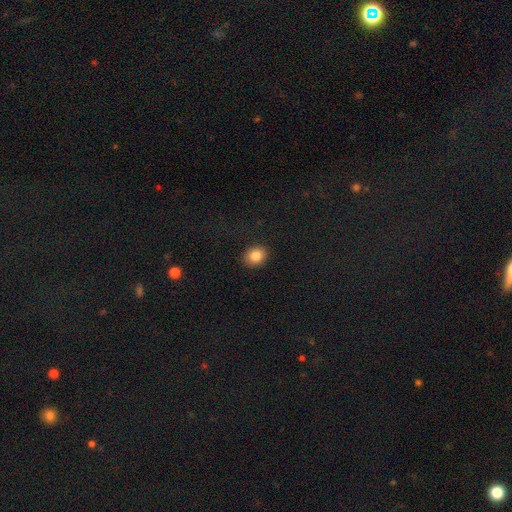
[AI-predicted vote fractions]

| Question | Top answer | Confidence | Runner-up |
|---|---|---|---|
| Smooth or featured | smooth | 84% | star or artifact (10%) |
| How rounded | round | 53% | in between (46%) |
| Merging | none | 90% | minor disturbance (7%) |